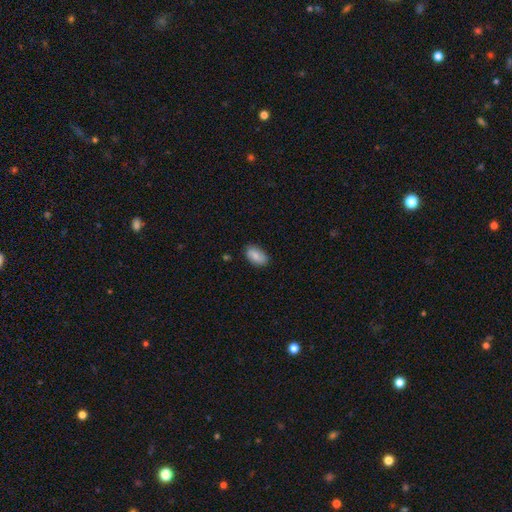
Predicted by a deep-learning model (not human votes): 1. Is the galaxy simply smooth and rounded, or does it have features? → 74% smooth, 19% featured or disk, 7% star or artifact.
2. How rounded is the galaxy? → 93% in between, 5% round, 2% cigar-shaped.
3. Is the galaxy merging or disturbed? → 83% none, 13% minor disturbance, 2% major disturbance, 1% merger.